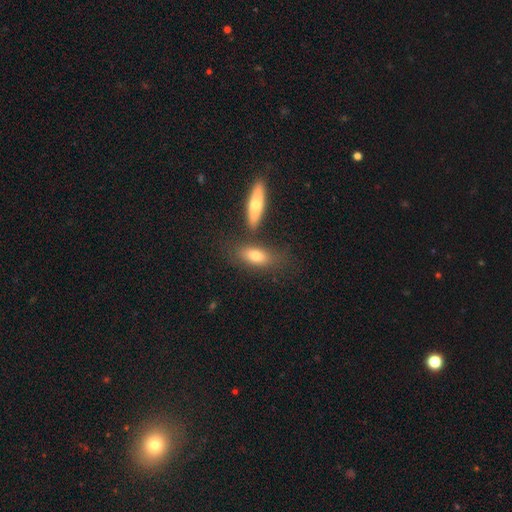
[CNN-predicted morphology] Smooth or featured? smooth (72%)
How rounded? in between (72%)
Merging? none (64%)